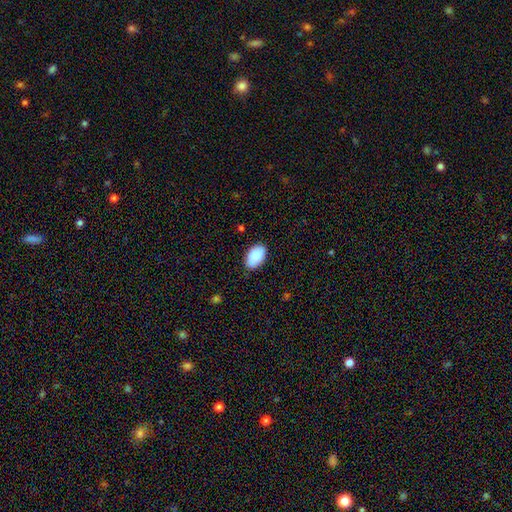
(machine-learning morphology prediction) type=smooth (90%); roundness=in between (93%); merging=none (81%).